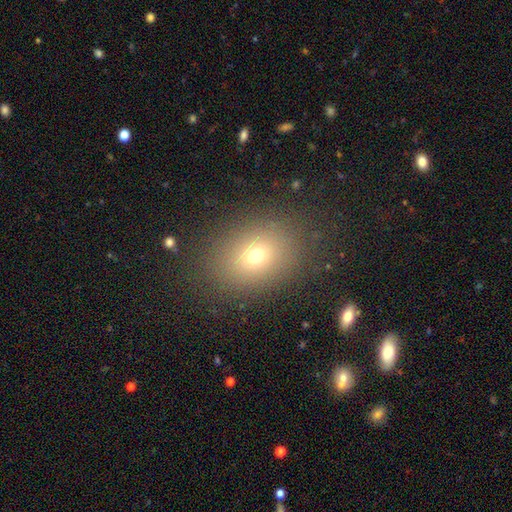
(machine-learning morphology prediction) smooth_or_featured: smooth (p=0.69) [alt: star or artifact p=0.18]
how_rounded: in between (p=0.62) [alt: round p=0.37]
merging: none (p=0.84) [alt: minor disturbance p=0.10]